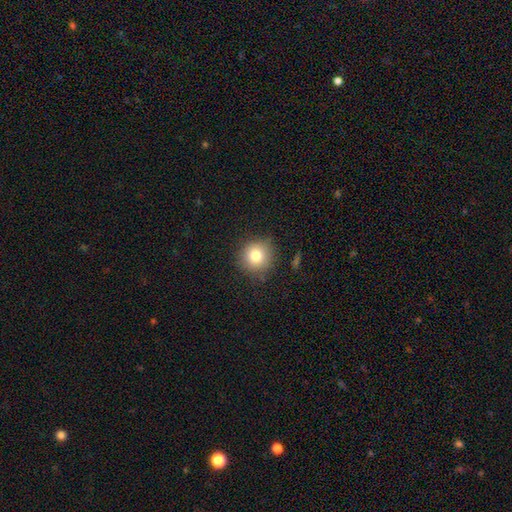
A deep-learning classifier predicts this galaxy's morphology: This appears to be a smooth galaxy with no disk features (81%) that is round (92%). Merging: none (84%).